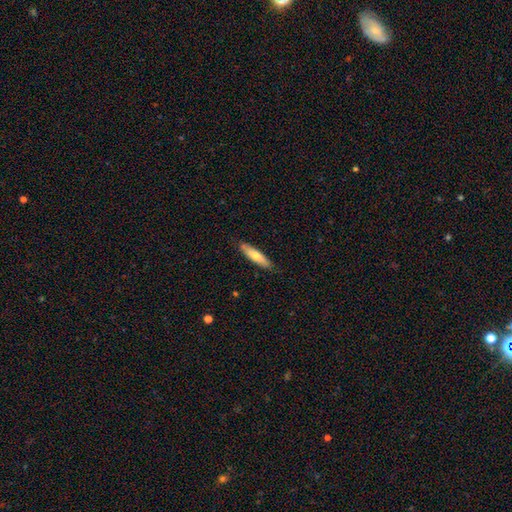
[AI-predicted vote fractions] Overall: smooth (65%; featured or disk 30%). How rounded: cigar-shaped (69%). Merging: none (84%).